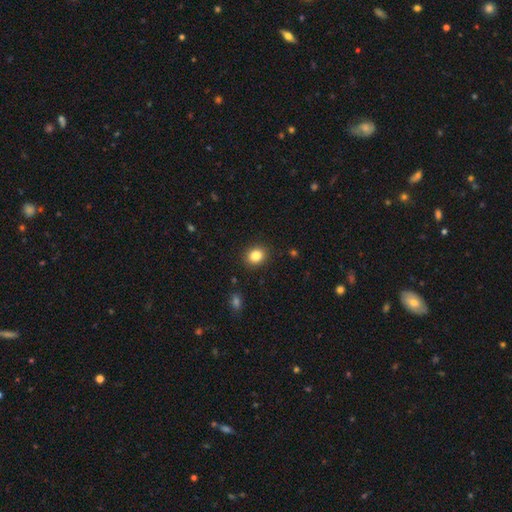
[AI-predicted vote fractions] Overall: smooth (84%). How rounded: round (64%; in between 36%). Merging: none (89%).